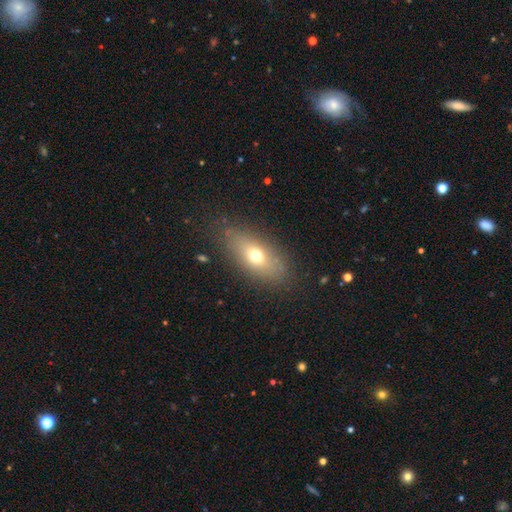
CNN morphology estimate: A smooth galaxy with no disk features (66%) that is in between round and cigar-shaped (79%).

Vote fractions:
- Smooth or featured? smooth: 66% / featured or disk: 23% / star or artifact: 11%
- How rounded? in between: 79% / cigar-shaped: 13% / round: 9%
- Merging? none: 81% / minor disturbance: 12% / major disturbance: 5% / merger: 2%